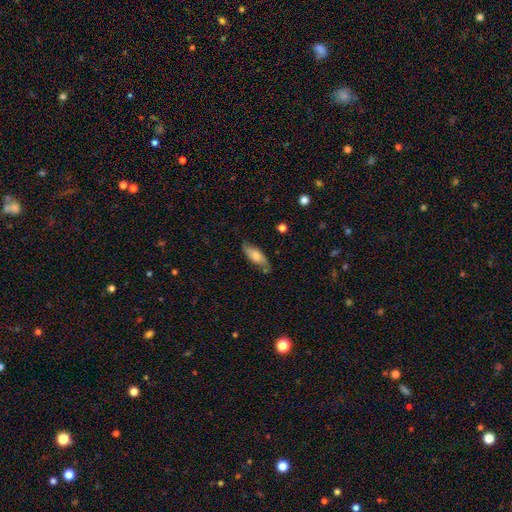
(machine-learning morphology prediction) A smooth galaxy with no disk features (63%) that is in between round and cigar-shaped (68%). Merging: none (71%).